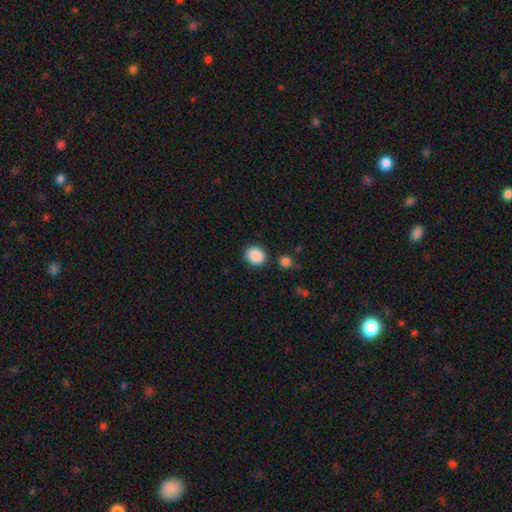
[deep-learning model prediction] Smooth or featured: smooth — 89% (star or artifact — 8%)
How rounded: round — 66% (in between — 34%)
Merging: none — 85% (minor disturbance — 9%)